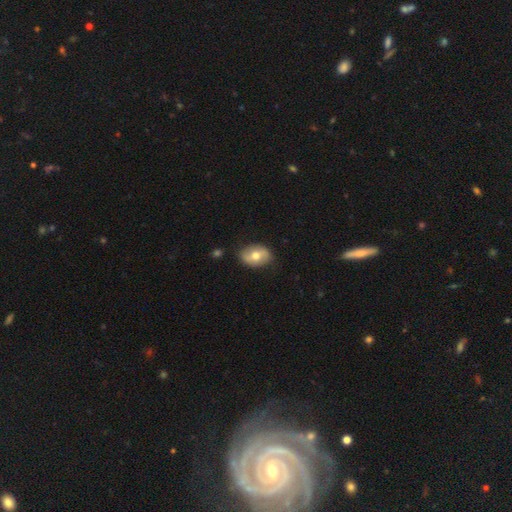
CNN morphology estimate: Smooth or featured?
  - smooth: 55% *
  - featured or disk: 39%
  - star or artifact: 6%
How rounded?
  - in between: 78% *
  - round: 20%
  - cigar-shaped: 1%
Merging?
  - none: 82% *
  - minor disturbance: 14%
  - major disturbance: 3%
  - merger: 1%